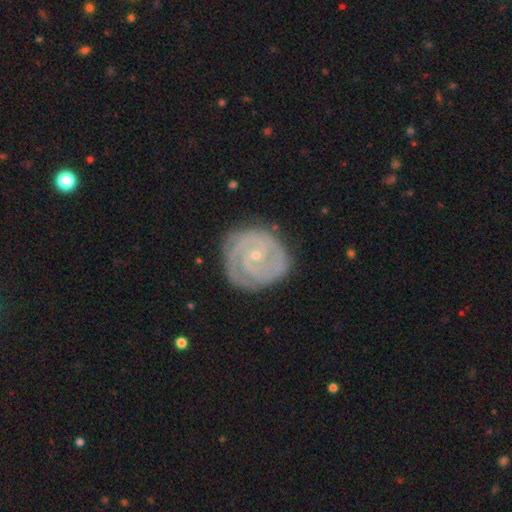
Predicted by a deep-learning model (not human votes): Smooth or featured: featured or disk — 85% (smooth — 9%)
Edge-on disk: no — 98% (yes — 2%)
Bar: no — 70% (weak — 23%)
Spiral arms: yes — 96% (no — 4%)
Spiral winding: tight — 80% (medium — 17%)
Spiral arm count: 2 — 44% (3 — 21%)
Bulge size: small — 77% (moderate — 20%)
Merging: none — 79% (minor disturbance — 15%)